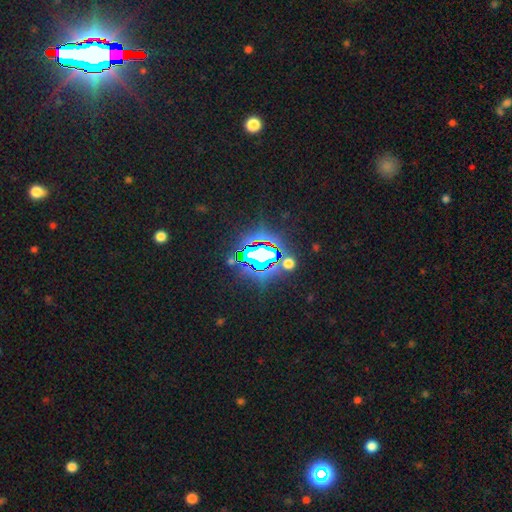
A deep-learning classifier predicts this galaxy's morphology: Q: Smooth or featured?
A: star or artifact (82%); runner-up: smooth (10%)